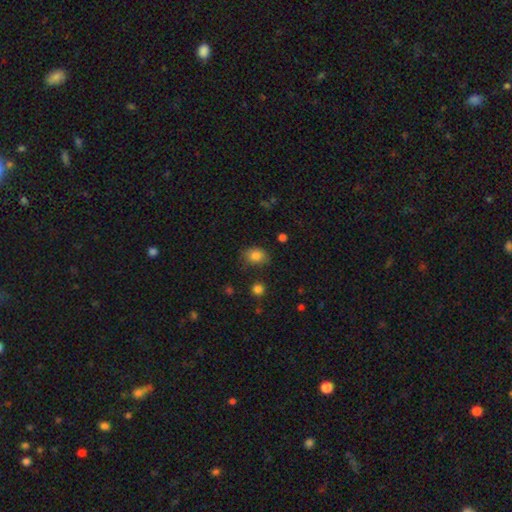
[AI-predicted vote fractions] Smooth or featured? Predicted: smooth (p=0.82). How rounded? Predicted: in between (p=0.64). Merging? Predicted: none (p=0.72).